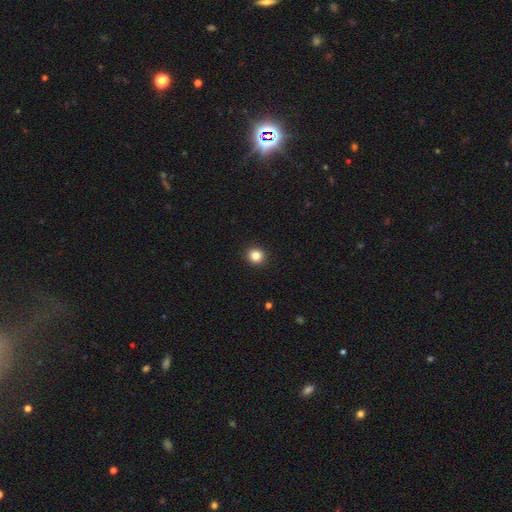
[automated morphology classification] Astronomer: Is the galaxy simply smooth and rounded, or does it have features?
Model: smooth — 84%.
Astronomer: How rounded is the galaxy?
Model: round — 91%.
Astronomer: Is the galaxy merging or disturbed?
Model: none — 93%.